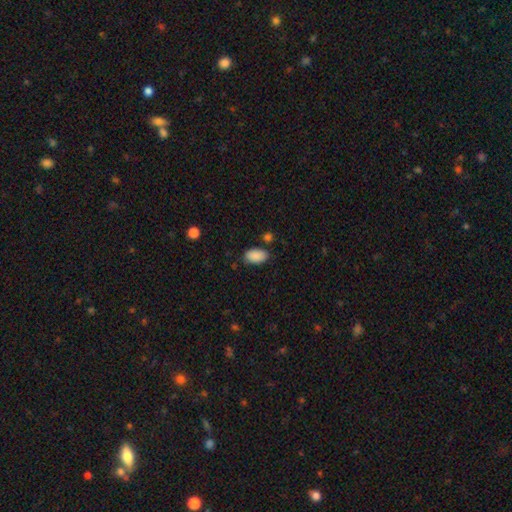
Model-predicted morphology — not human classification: Smooth or featured? smooth (89%)
How rounded? in between (94%)
Merging? none (80%)